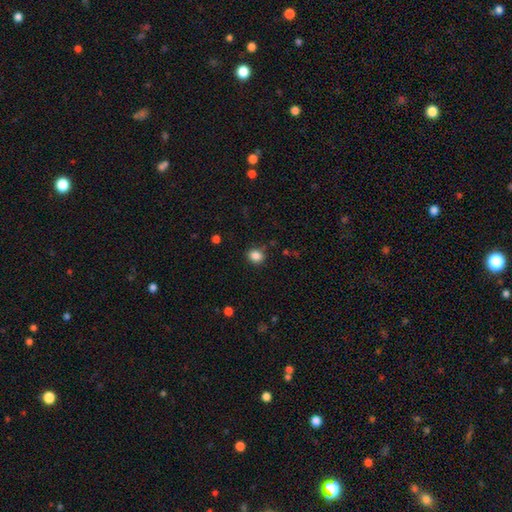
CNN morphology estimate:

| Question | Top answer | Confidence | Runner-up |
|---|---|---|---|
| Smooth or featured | smooth | 86% | star or artifact (11%) |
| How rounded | round | 68% | in between (31%) |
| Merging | none | 82% | minor disturbance (13%) |